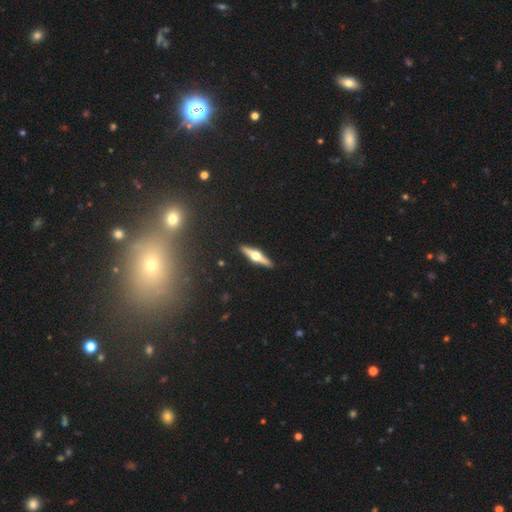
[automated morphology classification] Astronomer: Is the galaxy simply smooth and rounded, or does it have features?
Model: featured or disk — 75%.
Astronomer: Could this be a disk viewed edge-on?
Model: yes — 98%.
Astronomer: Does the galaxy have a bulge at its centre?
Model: rounded — 96%.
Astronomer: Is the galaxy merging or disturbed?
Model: none — 92%.